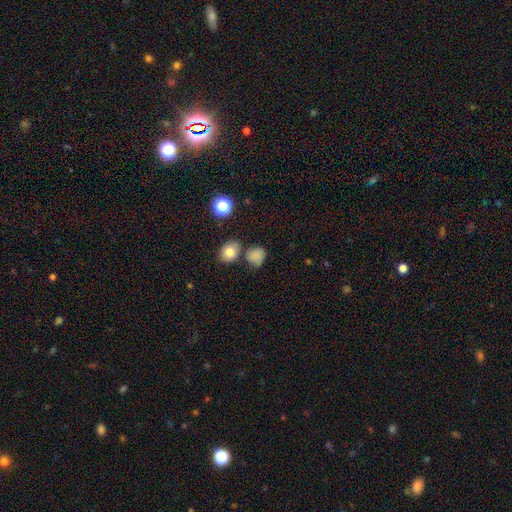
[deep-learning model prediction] Smooth or featured?
  - smooth: 80% *
  - star or artifact: 13%
  - featured or disk: 7%
How rounded?
  - round: 67% *
  - in between: 31%
  - cigar-shaped: 1%
Merging?
  - none: 66% *
  - minor disturbance: 17%
  - merger: 12%
  - major disturbance: 5%